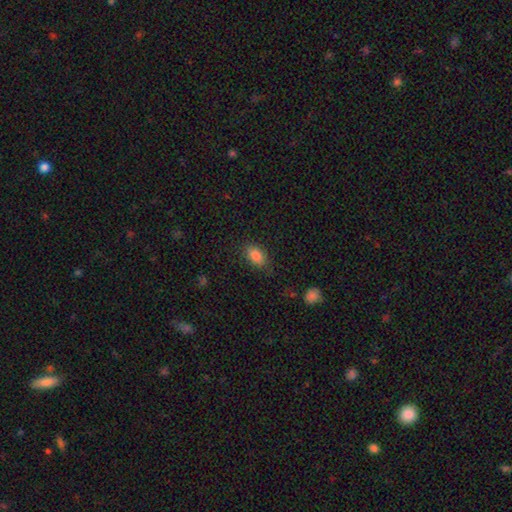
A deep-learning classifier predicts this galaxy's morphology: type=smooth (86%); roundness=in between (87%); merging=none (78%).